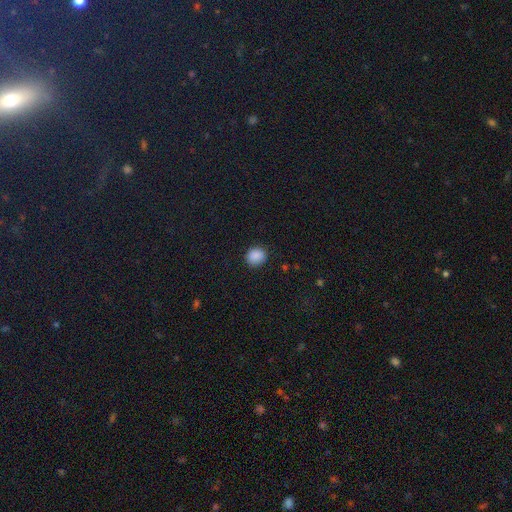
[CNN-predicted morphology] smooth_or_featured: smooth (p=0.88) [alt: star or artifact p=0.09]
how_rounded: round (p=0.79) [alt: in between p=0.20]
merging: none (p=0.88) [alt: minor disturbance p=0.08]